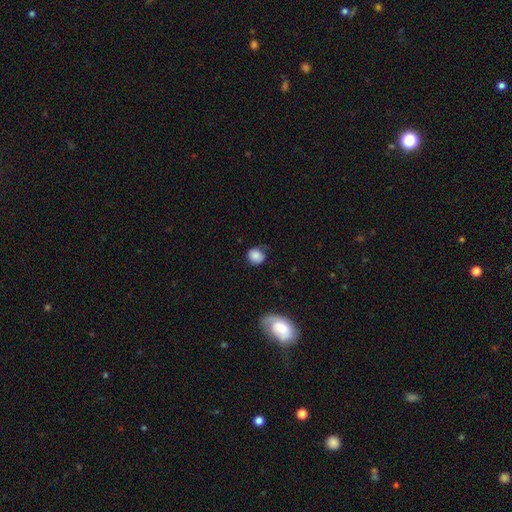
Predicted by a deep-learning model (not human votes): Q: Smooth or featured?
A: smooth (84%); runner-up: star or artifact (8%)
Q: How rounded?
A: round (77%); runner-up: in between (22%)
Q: Merging?
A: none (66%); runner-up: minor disturbance (25%)